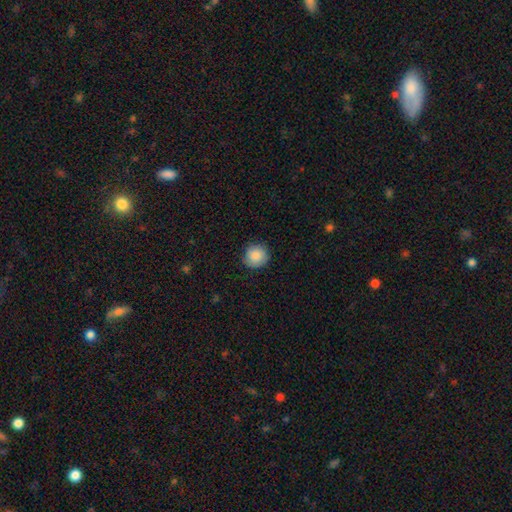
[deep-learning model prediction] A smooth galaxy with no disk features (87%) that is round (92%). Merging: none (86%).